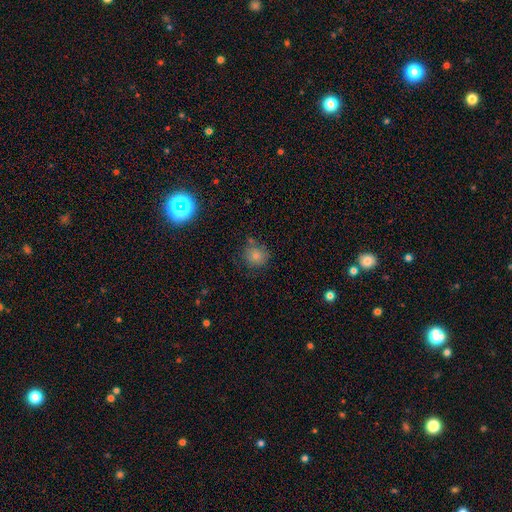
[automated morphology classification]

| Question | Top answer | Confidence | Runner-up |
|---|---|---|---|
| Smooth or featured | smooth | 79% | star or artifact (13%) |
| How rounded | round | 87% | in between (12%) |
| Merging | none | 69% | minor disturbance (18%) |